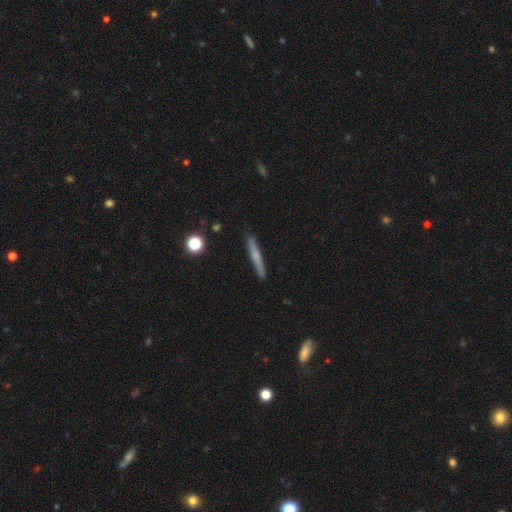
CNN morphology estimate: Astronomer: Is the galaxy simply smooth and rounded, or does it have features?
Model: smooth — 55% (runner-up: featured or disk, 38%).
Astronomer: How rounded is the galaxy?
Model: cigar-shaped — 94%.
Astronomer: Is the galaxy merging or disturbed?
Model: none — 87%.